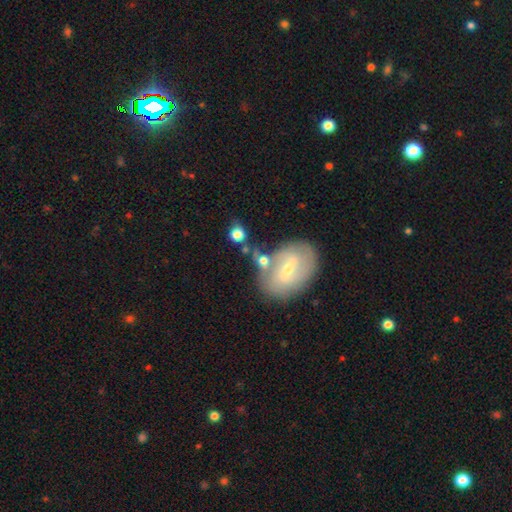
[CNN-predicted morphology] Q: Smooth or featured?
A: featured or disk (56%); runner-up: smooth (29%)
Q: Edge-on disk?
A: no (92%); runner-up: yes (8%)
Q: Bar?
A: weak (50%); runner-up: strong (29%)
Q: Spiral arms?
A: yes (68%); runner-up: no (32%)
Q: Bulge size?
A: small (60%); runner-up: moderate (33%)
Q: Merging?
A: none (65%); runner-up: minor disturbance (17%)